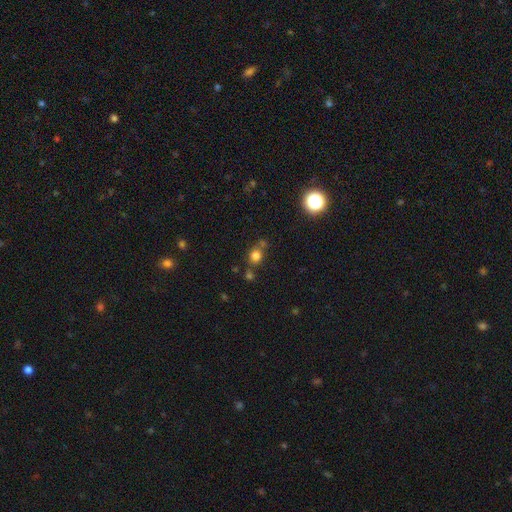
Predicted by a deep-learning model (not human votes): Smooth or featured: smooth — 77% (star or artifact — 16%)
How rounded: round — 77% (in between — 22%)
Merging: none — 62% (merger — 20%)